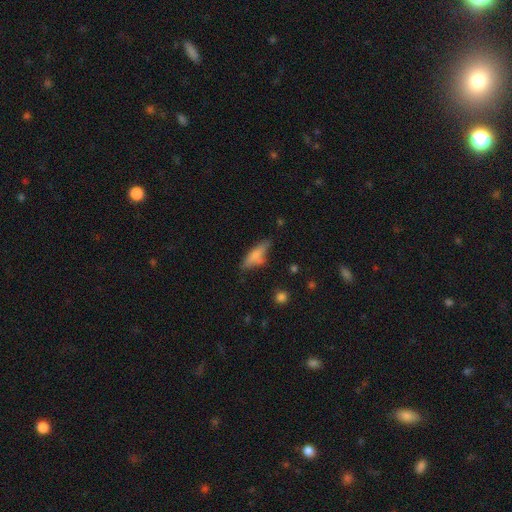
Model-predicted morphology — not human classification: Smooth or featured?
  - smooth: 68% *
  - featured or disk: 24%
  - star or artifact: 8%
How rounded?
  - cigar-shaped: 53% *
  - in between: 44%
  - round: 3%
Merging?
  - none: 61% *
  - minor disturbance: 24%
  - merger: 8%
  - major disturbance: 7%